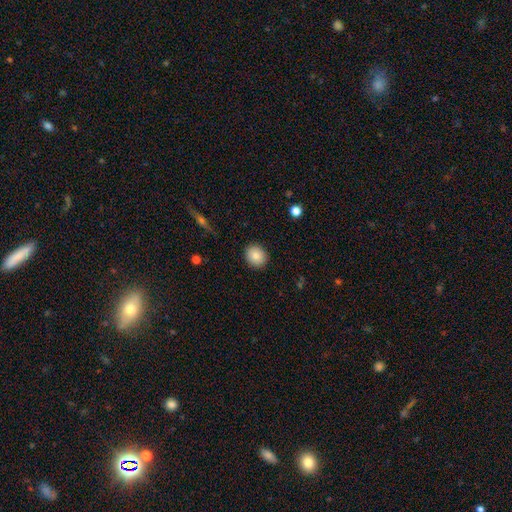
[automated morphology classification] This is clearly a smooth galaxy (86%). How rounded: likely round (73%). Merging: clearly none (90%).